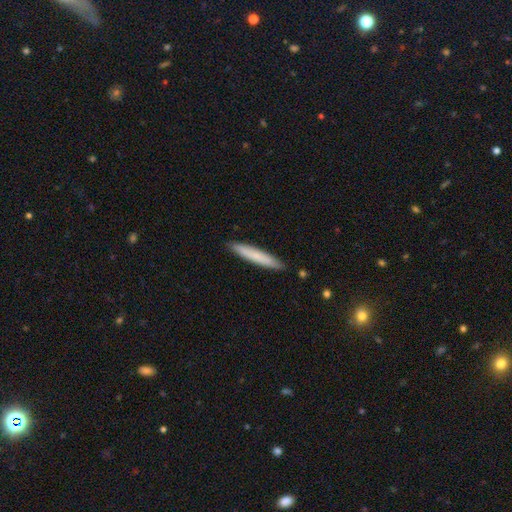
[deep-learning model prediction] Smooth or featured: smooth — 75% (featured or disk — 19%)
How rounded: cigar-shaped — 94% (in between — 5%)
Merging: none — 90% (minor disturbance — 7%)